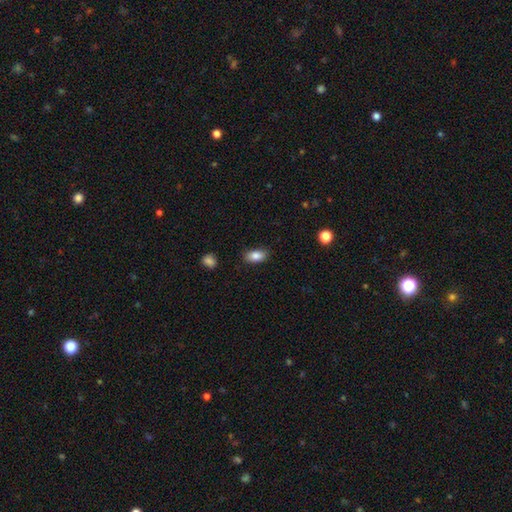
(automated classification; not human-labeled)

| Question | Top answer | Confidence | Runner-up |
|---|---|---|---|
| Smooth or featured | smooth | 85% | star or artifact (8%) |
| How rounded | in between | 90% | round (6%) |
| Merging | none | 85% | minor disturbance (11%) |